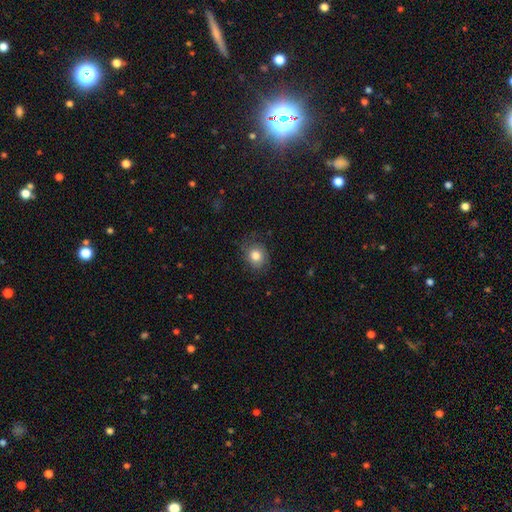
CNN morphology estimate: type=smooth (78%); roundness=round (70%); merging=none (71%).